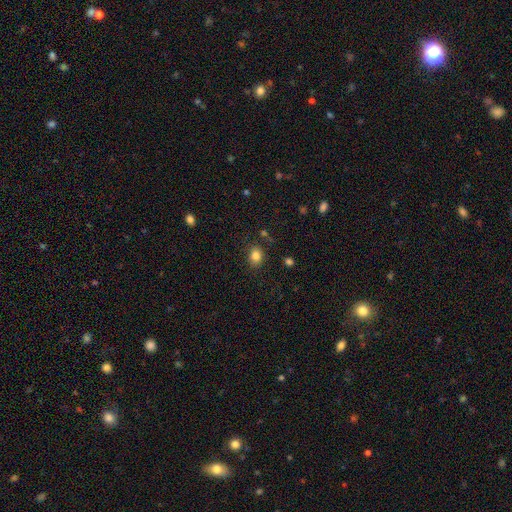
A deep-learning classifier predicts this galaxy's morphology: Smooth or featured? smooth (83%)
How rounded? in between (52%)
Merging? none (82%)